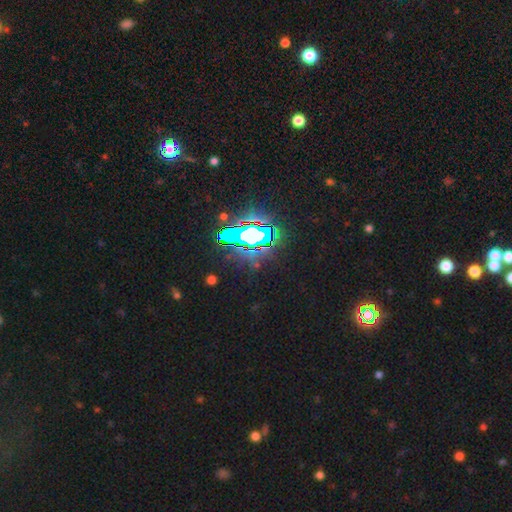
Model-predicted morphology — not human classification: Smooth or featured? Predicted: star or artifact (p=0.81).